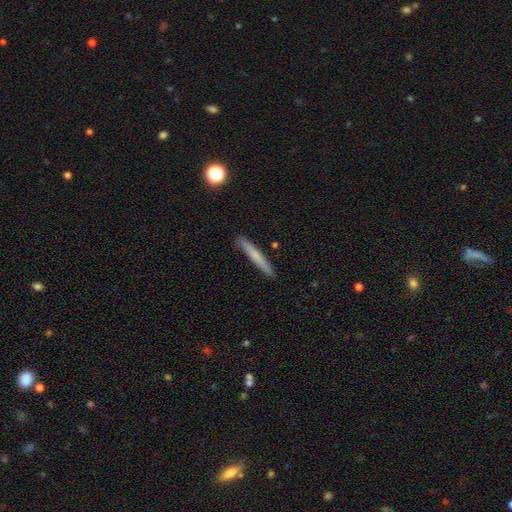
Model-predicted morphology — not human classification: smooth_or_featured: smooth (p=0.67) [alt: featured or disk p=0.27]
how_rounded: cigar-shaped (p=0.95) [alt: in between p=0.03]
merging: none (p=0.88) [alt: minor disturbance p=0.09]